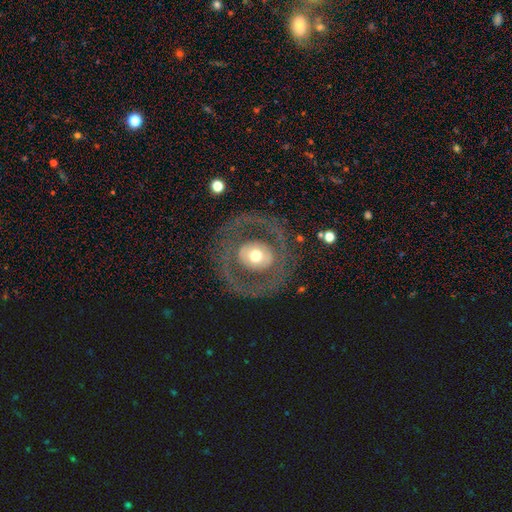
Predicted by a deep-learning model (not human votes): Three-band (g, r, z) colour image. It shows a featured or disk galaxy (60%) with no bar (77%), no spiral arms (75%) and a moderate central bulge (62%). Merging: none (77%).